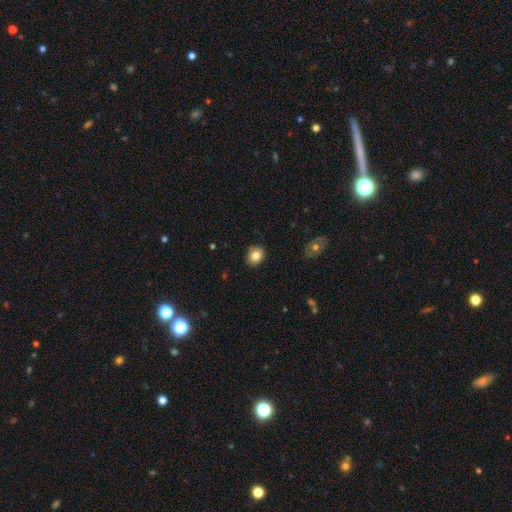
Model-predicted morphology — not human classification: type=smooth (82%); roundness=in between (52%); merging=none (89%).